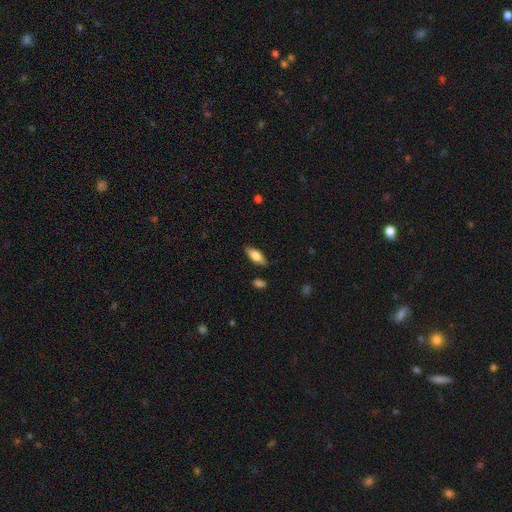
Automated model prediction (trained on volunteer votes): This appears to be a smooth galaxy with no disk features (70%) that is in between round and cigar-shaped (75%). Merging: none (85%).